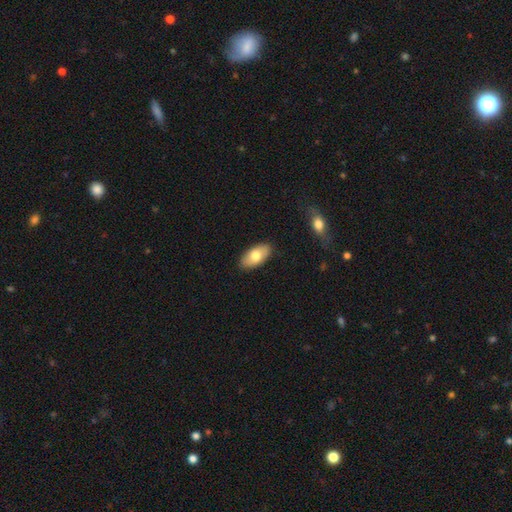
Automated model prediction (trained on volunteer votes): Q: Smooth or featured?
A: smooth (75%); runner-up: featured or disk (19%)
Q: How rounded?
A: in between (94%); runner-up: cigar-shaped (3%)
Q: Merging?
A: none (88%); runner-up: minor disturbance (9%)